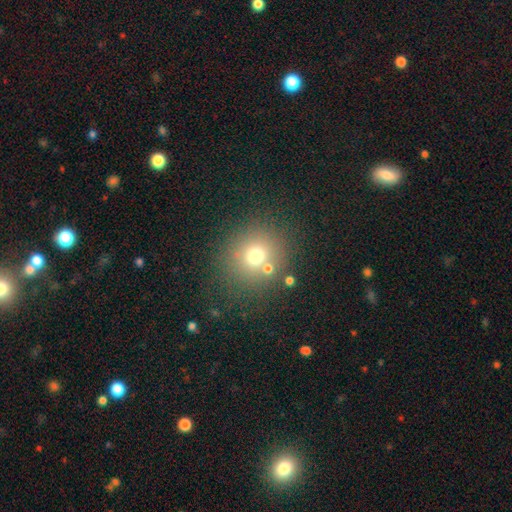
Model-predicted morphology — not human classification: Overall: smooth (68%). How rounded: round (90%). Merging: none (75%).